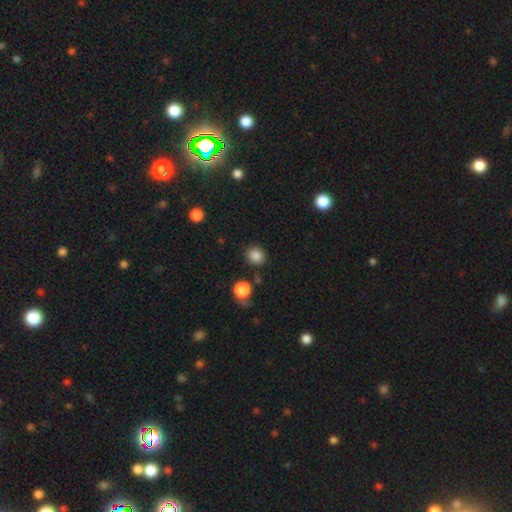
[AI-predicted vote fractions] Smooth or featured: smooth — 85% (star or artifact — 11%)
How rounded: round — 85% (in between — 14%)
Merging: none — 84% (minor disturbance — 9%)